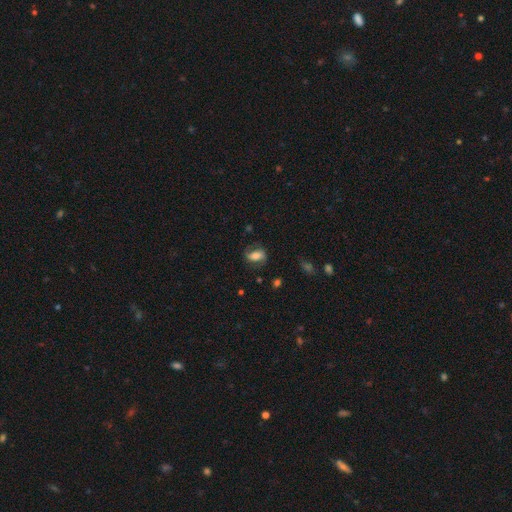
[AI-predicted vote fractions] Smooth or featured: smooth — 54% (featured or disk — 37%)
How rounded: in between — 80% (round — 14%)
Merging: none — 67% (minor disturbance — 20%)